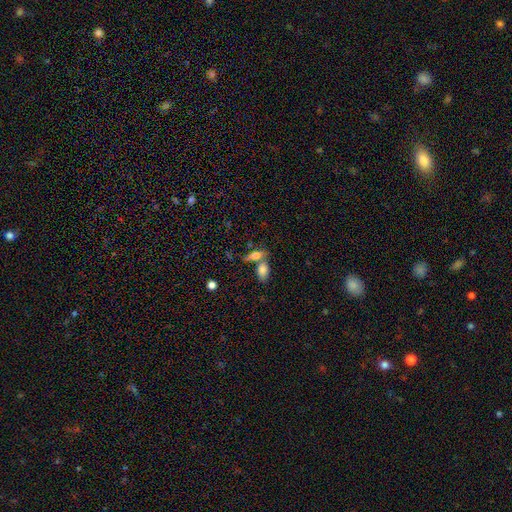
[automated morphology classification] Overall: smooth (71%). How rounded: in between (69%). Merging: none (48%; merger 38%).